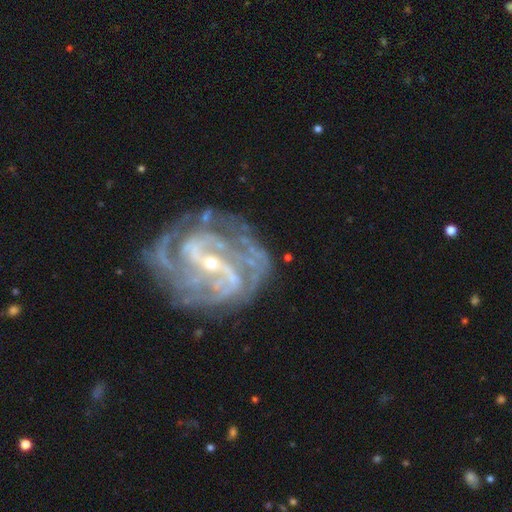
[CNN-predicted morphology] This appears to be a featured or disk galaxy (90%) with a strong bar (42%), 2 (44%) medium (46%) spiral arms (97%) and a small central bulge (73%). Merging: none (62%).